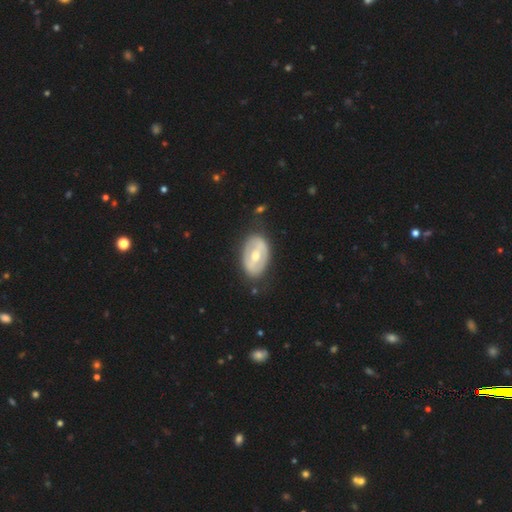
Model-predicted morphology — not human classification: Overall: featured or disk (61%; smooth 33%). Edge-on disk: no (92%). Bar: strong (42%; weak 33%). Spiral arms: no (77%). Bulge size: moderate (70%). Merging: none (78%).